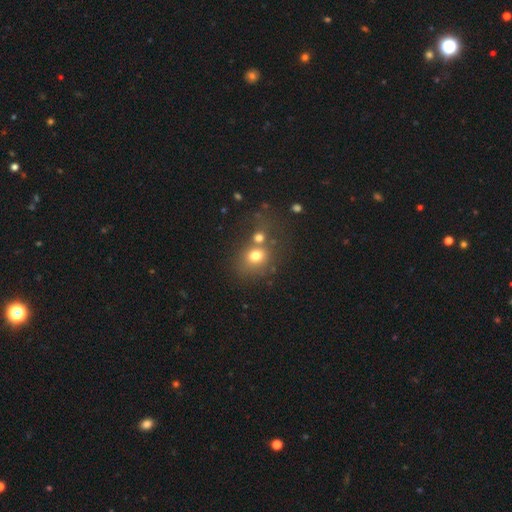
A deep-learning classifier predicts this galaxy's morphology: smooth 71%, star or artifact 15%, featured or disk 14%. Down the decision tree: how rounded — round (69%); merging — none (45%).